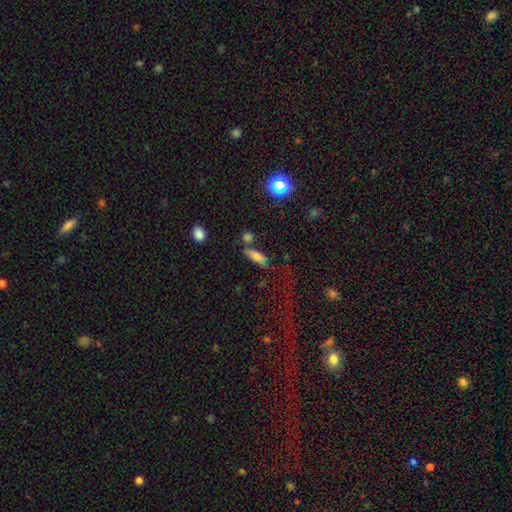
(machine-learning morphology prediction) Smooth or featured? Predicted: smooth (p=0.66). How rounded? Predicted: in between (p=0.50). Merging? Predicted: none (p=0.58).